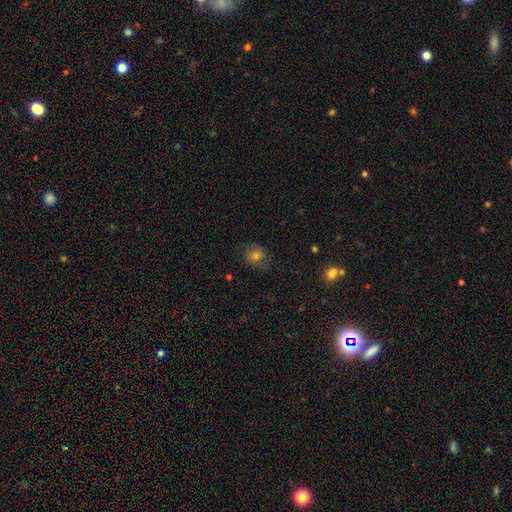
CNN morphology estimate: smooth_or_featured: smooth (p=0.63) [alt: star or artifact p=0.20]
how_rounded: round (p=0.66) [alt: in between p=0.33]
merging: none (p=0.73) [alt: minor disturbance p=0.18]